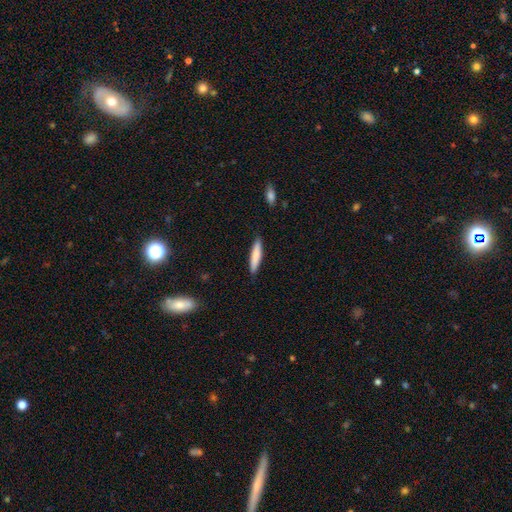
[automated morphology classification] smooth-or-featured: smooth: 80% | featured or disk: 15% | star or artifact: 5%
  how-rounded: cigar-shaped: 88% | in between: 11% | round: 1%
  merging: none: 89% | minor disturbance: 9% | major disturbance: 2% | merger: 1%